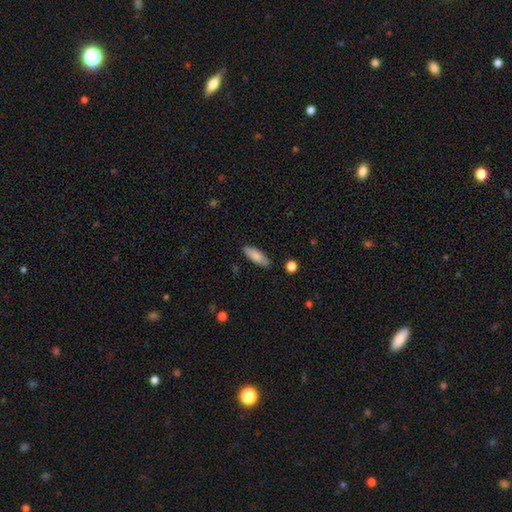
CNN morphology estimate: A smooth galaxy with no disk features (84%) that is in between round and cigar-shaped (57%). Merging: none (85%).